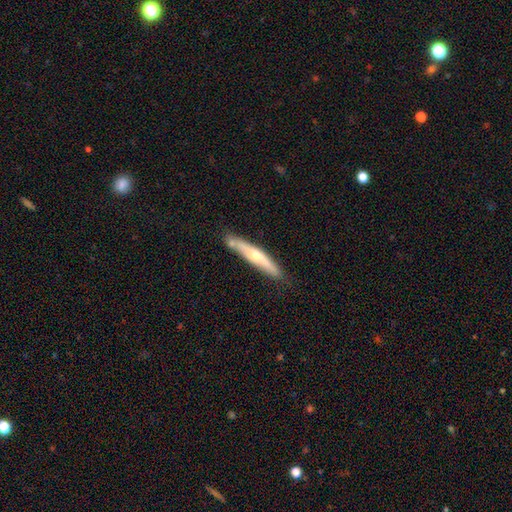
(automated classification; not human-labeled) smooth-or-featured: featured or disk: 52% | smooth: 43% | star or artifact: 6%
  disk-edge-on: yes: 89% | no: 11%
  merging: none: 74% | minor disturbance: 16% | merger: 8% | major disturbance: 3%